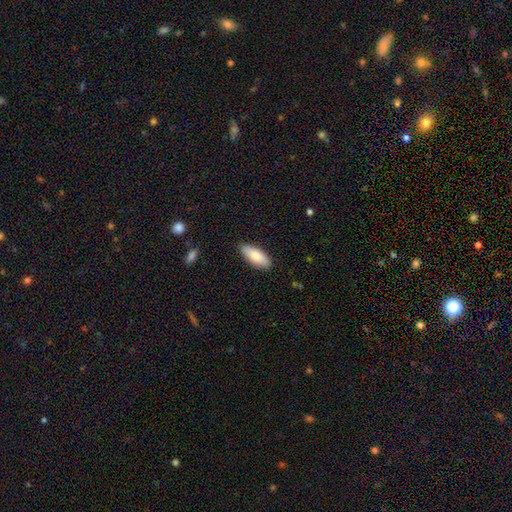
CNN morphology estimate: type=smooth (79%); roundness=in between (79%); merging=none (88%).